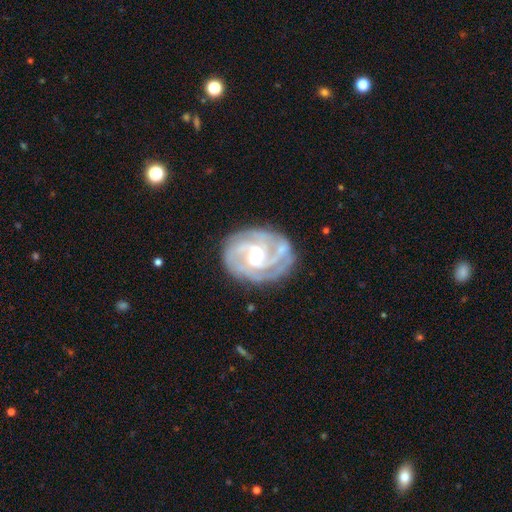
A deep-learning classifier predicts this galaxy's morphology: Smooth or featured? featured or disk (90%)
Edge-on disk? no (98%)
Bar? weak (52%)
Spiral arms? yes (97%)
Spiral winding? tight (51%)
Spiral arm count? 2 (37%)
Bulge size? moderate (61%)
Merging? none (75%)